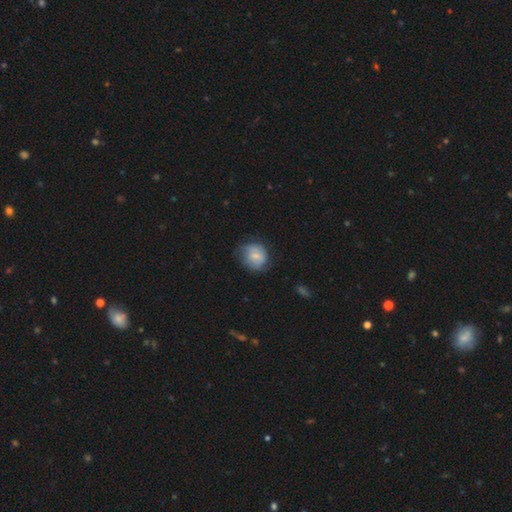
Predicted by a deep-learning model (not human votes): Overall: smooth (65%; featured or disk 27%). How rounded: round (76%). Merging: none (56%; minor disturbance 31%).